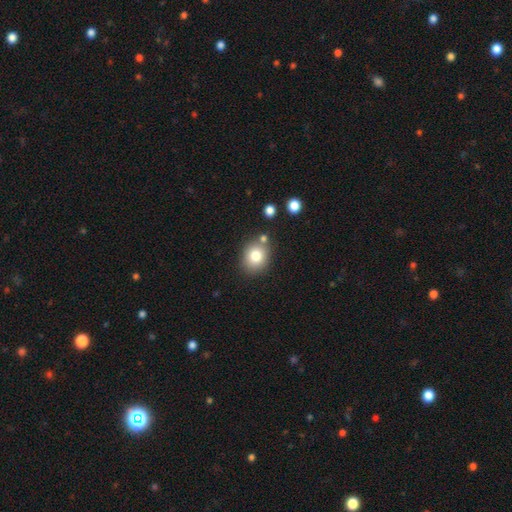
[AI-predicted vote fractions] This is likely a smooth galaxy (80%). How rounded: likely round (64%). Merging: likely none (74%).